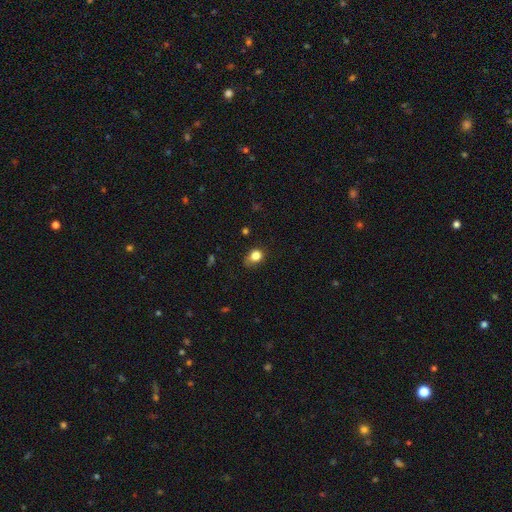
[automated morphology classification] A smooth galaxy with no disk features (82%) that is round (52%). Merging: none (58%).